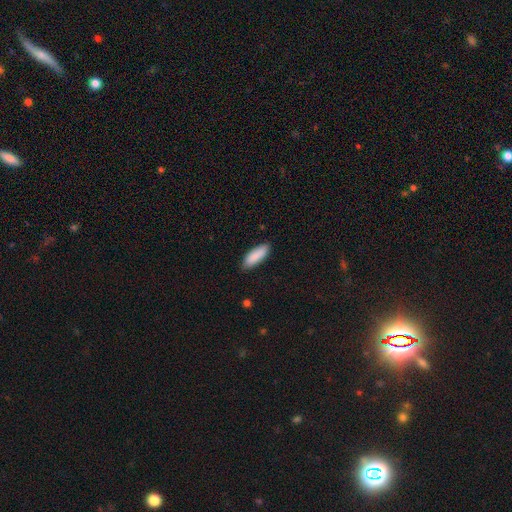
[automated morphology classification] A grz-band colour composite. It shows a smooth galaxy with no disk features (90%) that is in between round and cigar-shaped (65%). Merging: none (85%).